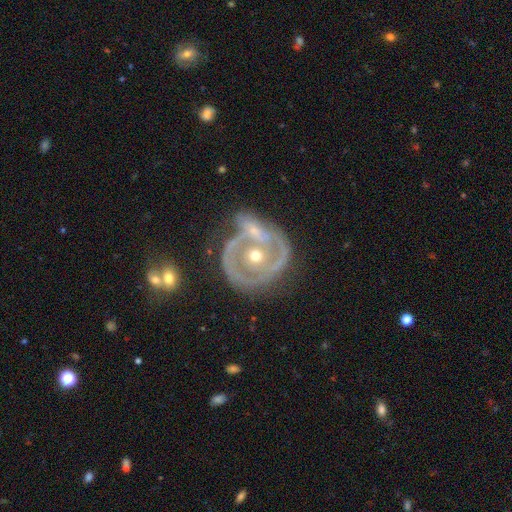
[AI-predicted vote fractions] smooth_or_featured: featured or disk (p=0.79) [alt: smooth p=0.14]
disk_edge_on: no (p=0.96) [alt: yes p=0.04]
bar: no (p=0.77) [alt: weak p=0.15]
has_spiral_arms: yes (p=0.63) [alt: no p=0.37]
bulge_size: moderate (p=0.62) [alt: small p=0.33]
merging: none (p=0.49) [alt: merger p=0.22]